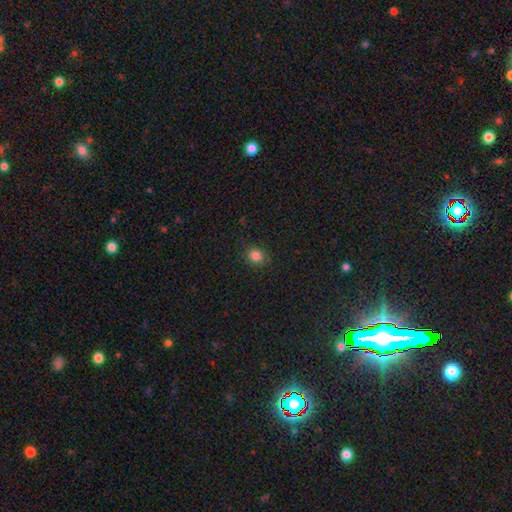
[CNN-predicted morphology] smooth-or-featured: smooth: 84% | star or artifact: 12% | featured or disk: 4%
  how-rounded: round: 79% | in between: 20% | cigar-shaped: 1%
  merging: none: 88% | minor disturbance: 9% | major disturbance: 3% | merger: 1%